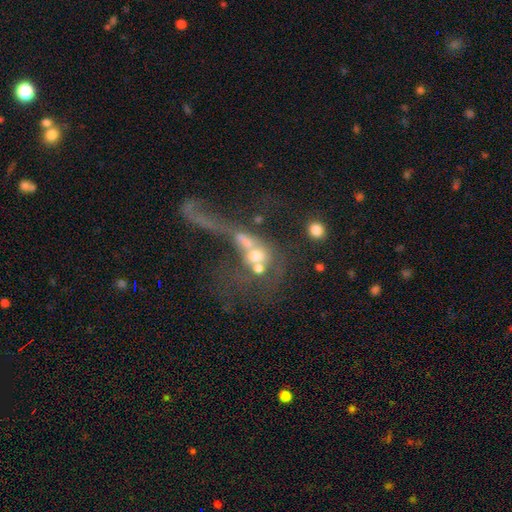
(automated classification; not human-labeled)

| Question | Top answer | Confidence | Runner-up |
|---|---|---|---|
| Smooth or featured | featured or disk | 44% | smooth (39%) |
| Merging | merger | 53% | major disturbance (29%) |